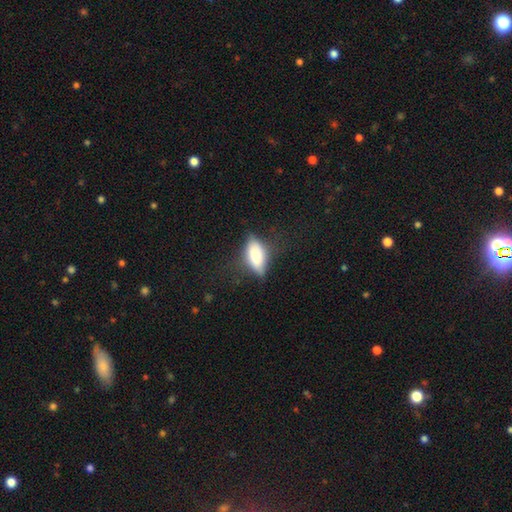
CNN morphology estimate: smooth-or-featured: smooth: 70% | featured or disk: 23% | star or artifact: 8%
  how-rounded: in between: 83% | cigar-shaped: 14% | round: 4%
  merging: none: 57% | minor disturbance: 28% | major disturbance: 13% | merger: 2%